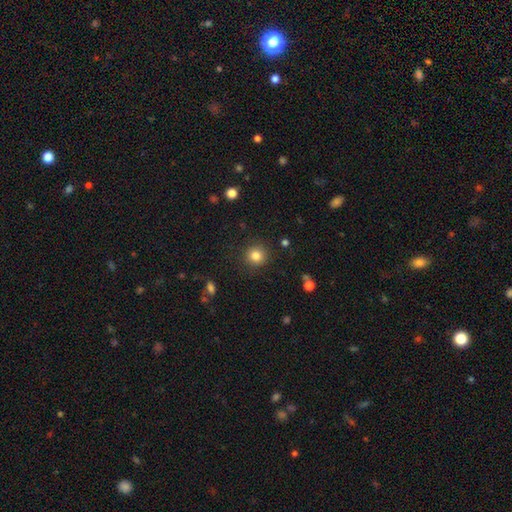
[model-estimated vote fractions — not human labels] Q: Smooth or featured?
A: smooth (83%); runner-up: star or artifact (12%)
Q: How rounded?
A: round (93%); runner-up: in between (6%)
Q: Merging?
A: none (89%); runner-up: minor disturbance (7%)